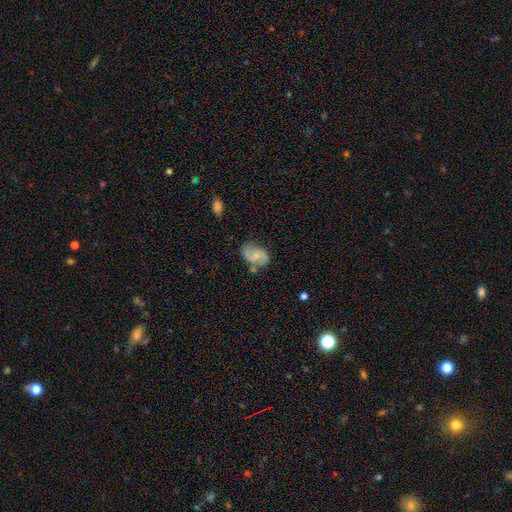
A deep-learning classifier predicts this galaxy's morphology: Smooth or featured: featured or disk — 61% (smooth — 32%)
Edge-on disk: no — 97% (yes — 3%)
Bar: no — 49% (weak — 41%)
Spiral arms: yes — 88% (no — 12%)
Spiral winding: medium — 44% (loose — 40%)
Spiral arm count: 2 — 89% (can't tell — 6%)
Bulge size: small — 58% (moderate — 29%)
Merging: none — 66% (minor disturbance — 22%)